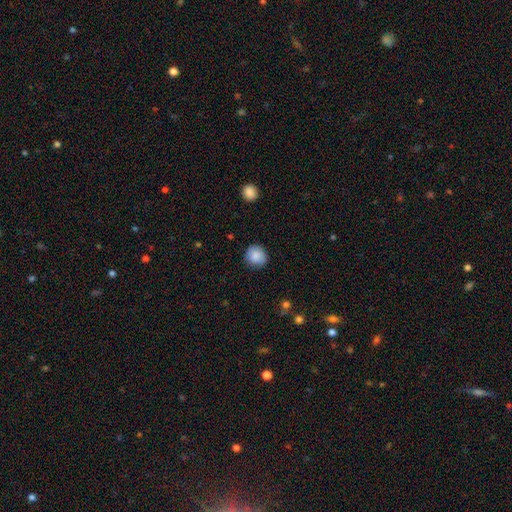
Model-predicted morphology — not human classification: Smooth or featured? smooth (86%)
How rounded? round (86%)
Merging? none (83%)